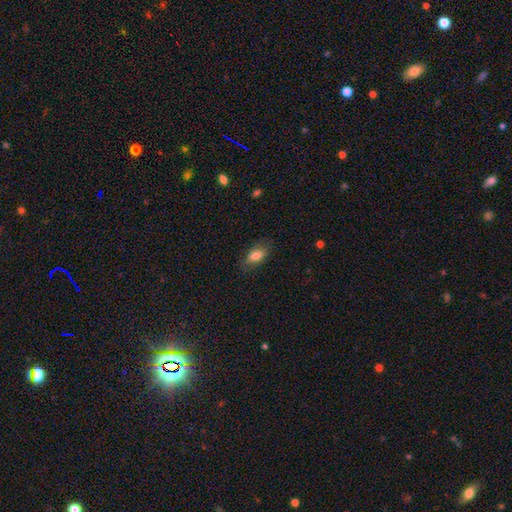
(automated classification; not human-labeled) A smooth galaxy with no disk features (78%) that is in between round and cigar-shaped (86%). Merging: none (78%).